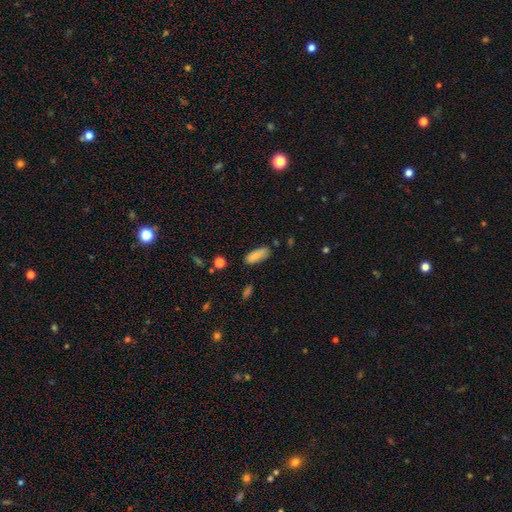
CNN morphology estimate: This is clearly a smooth galaxy (84%). How rounded: likely in between (74%). Merging: clearly none (80%).